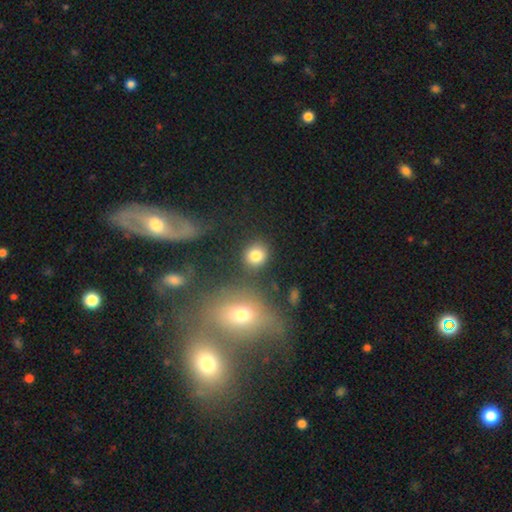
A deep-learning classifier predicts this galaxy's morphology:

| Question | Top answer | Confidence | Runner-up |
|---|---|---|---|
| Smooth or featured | smooth | 81% | star or artifact (12%) |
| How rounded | round | 76% | in between (23%) |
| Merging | none | 77% | minor disturbance (10%) |